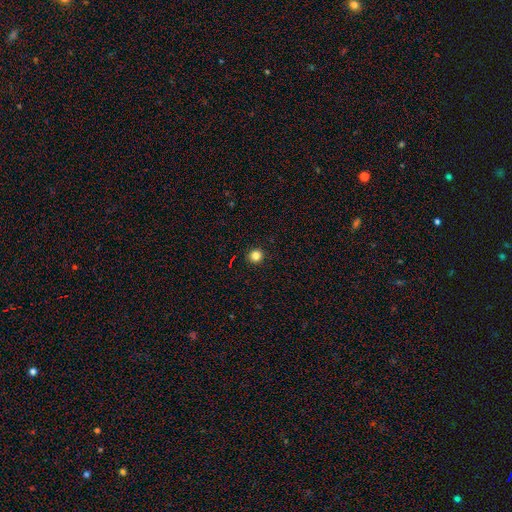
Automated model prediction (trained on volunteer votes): smooth 84%, star or artifact 12%, featured or disk 4%. Down the decision tree: how rounded — round (94%); merging — none (93%).